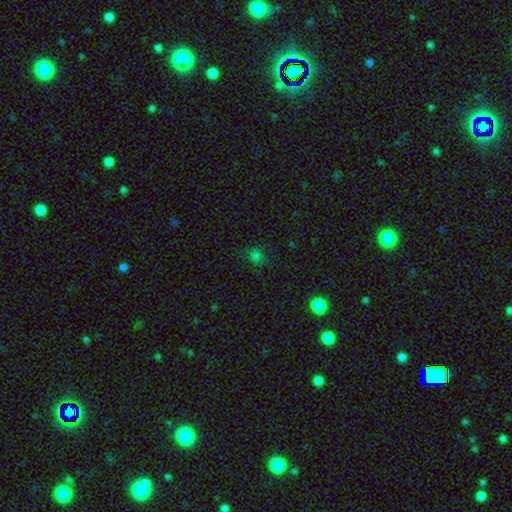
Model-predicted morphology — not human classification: Smooth or featured: smooth — 71% (star or artifact — 24%)
How rounded: round — 72% (in between — 27%)
Merging: none — 78% (minor disturbance — 15%)